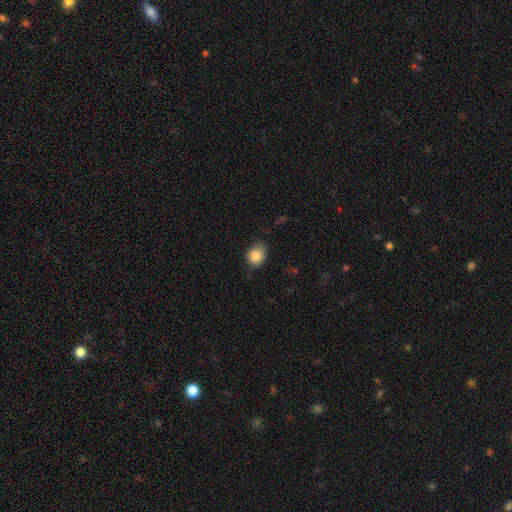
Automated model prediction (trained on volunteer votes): Smooth or featured? Predicted: smooth (p=0.85). How rounded? Predicted: round (p=0.58). Merging? Predicted: none (p=0.76).